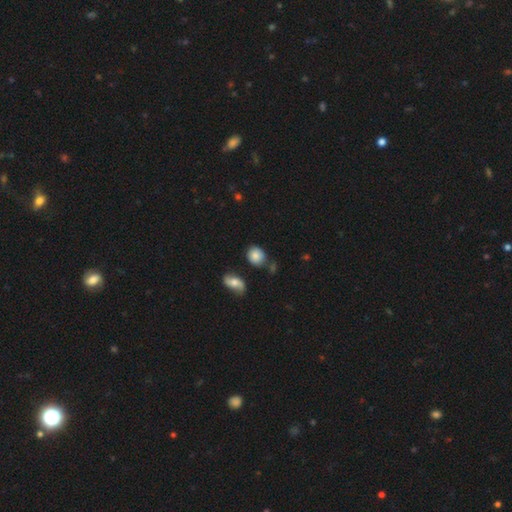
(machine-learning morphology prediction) A smooth galaxy with no disk features (81%) that is round (64%). Merging: none (72%).